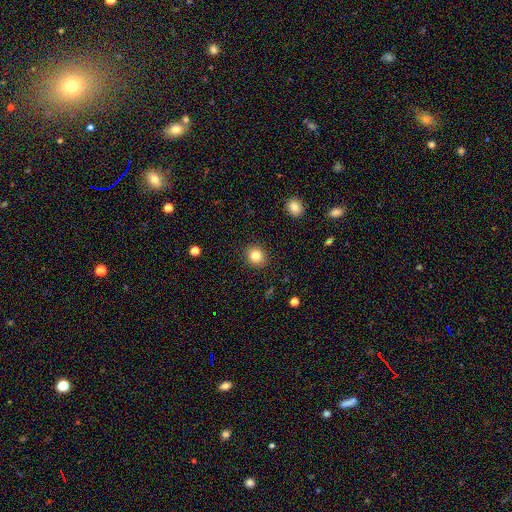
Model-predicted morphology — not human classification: smooth 82%, star or artifact 11%, featured or disk 7%. Down the decision tree: how rounded — round (84%); merging — none (91%).